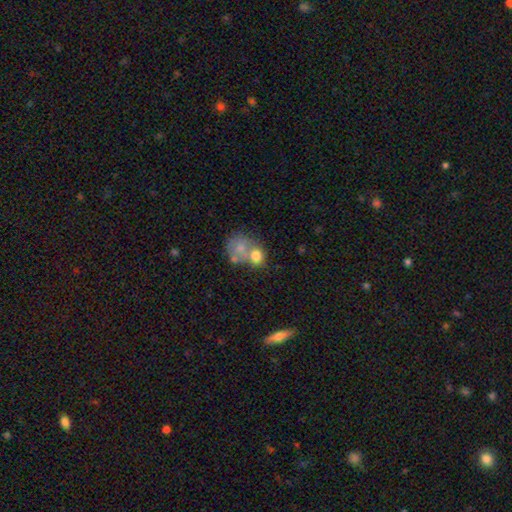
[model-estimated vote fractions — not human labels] smooth 69%, featured or disk 21%, star or artifact 10%. Down the decision tree: how rounded — round (60%); merging — merger (57%).